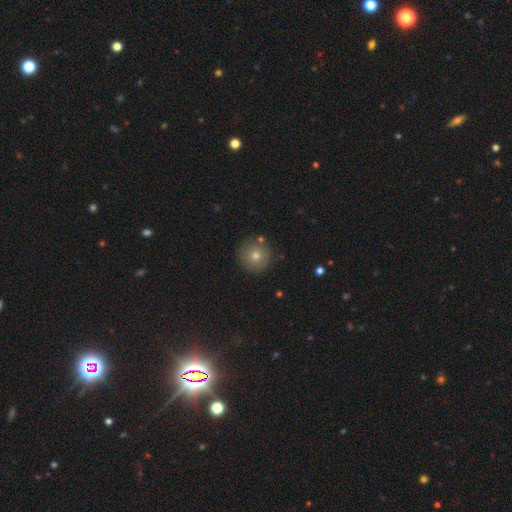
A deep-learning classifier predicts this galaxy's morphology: The model was most divided on "smooth or featured": smooth: 73%, featured or disk: 14%, star or artifact: 13%. More confident: how rounded — round (96%); merging — none (87%).